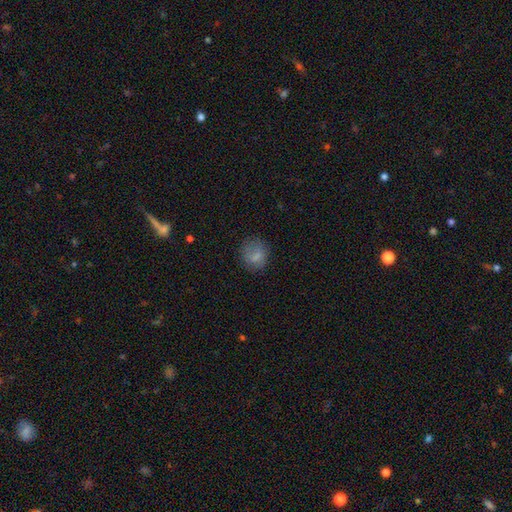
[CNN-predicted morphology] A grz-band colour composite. It shows a smooth galaxy with no disk features (77%) that is round (69%). Merging: none (70%).